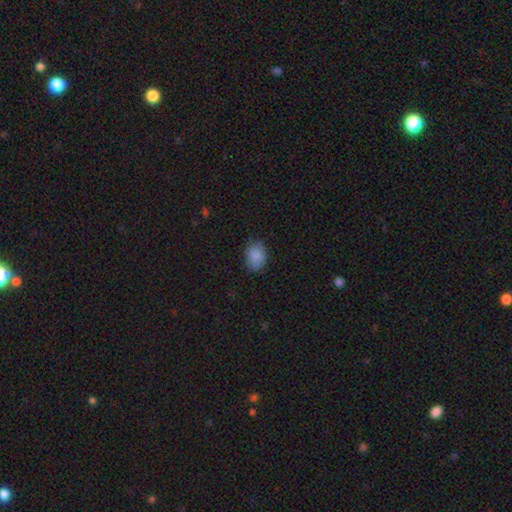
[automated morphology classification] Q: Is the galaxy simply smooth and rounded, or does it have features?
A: smooth — 87%.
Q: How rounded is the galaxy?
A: in between — 75%.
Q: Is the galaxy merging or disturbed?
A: none — 78%.